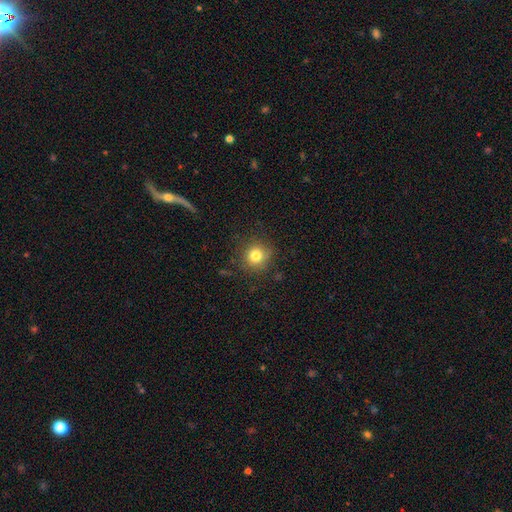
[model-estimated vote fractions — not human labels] This is clearly a smooth galaxy (80%). How rounded: clearly round (93%). Merging: clearly none (84%).